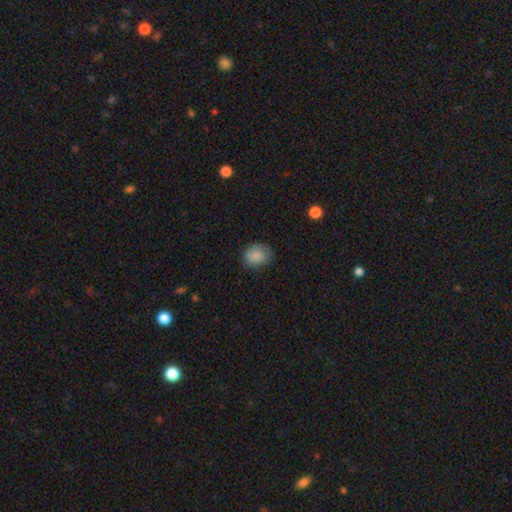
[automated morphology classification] Smooth or featured?
  - smooth: 86% *
  - star or artifact: 8%
  - featured or disk: 6%
How rounded?
  - round: 53% *
  - in between: 46%
  - cigar-shaped: 1%
Merging?
  - none: 75% *
  - minor disturbance: 20%
  - major disturbance: 4%
  - merger: 1%